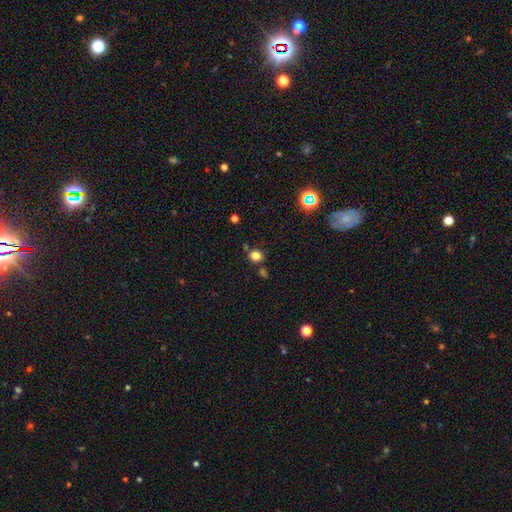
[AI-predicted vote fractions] smooth-or-featured: smooth: 80% | star or artifact: 14% | featured or disk: 6%
  how-rounded: round: 63% | in between: 36% | cigar-shaped: 1%
  merging: none: 75% | minor disturbance: 12% | merger: 10% | major disturbance: 3%